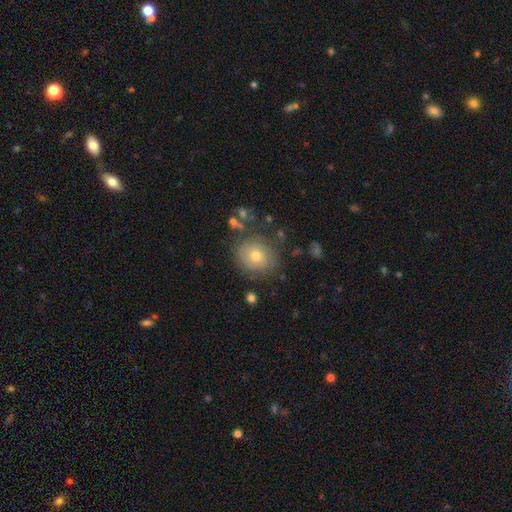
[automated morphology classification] smooth_or_featured: smooth (p=0.58) [alt: featured or disk p=0.31]
how_rounded: round (p=0.81) [alt: in between p=0.18]
merging: none (p=0.76) [alt: minor disturbance p=0.15]